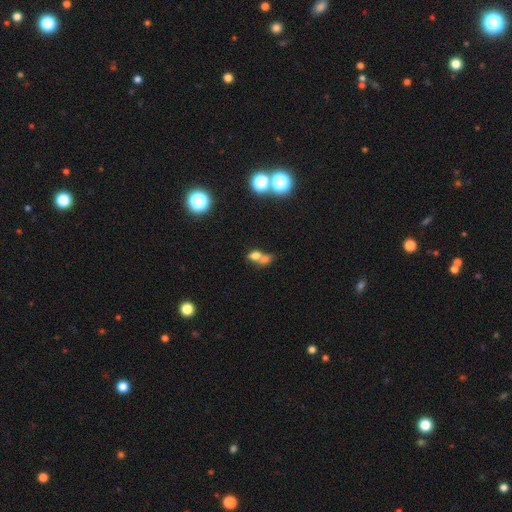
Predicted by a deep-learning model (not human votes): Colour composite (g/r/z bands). It shows a smooth galaxy with no disk features (65%) that is in between round and cigar-shaped (65%). Merging: merger (63%).